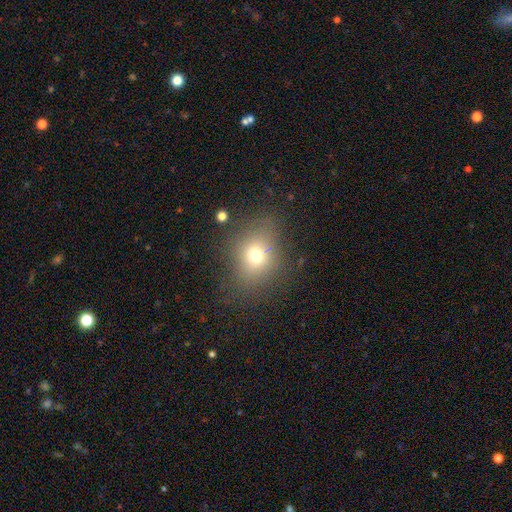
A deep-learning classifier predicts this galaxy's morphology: smooth_or_featured: smooth (p=0.68) [alt: star or artifact p=0.17]
how_rounded: round (p=0.56) [alt: in between p=0.42]
merging: none (p=0.75) [alt: minor disturbance p=0.15]